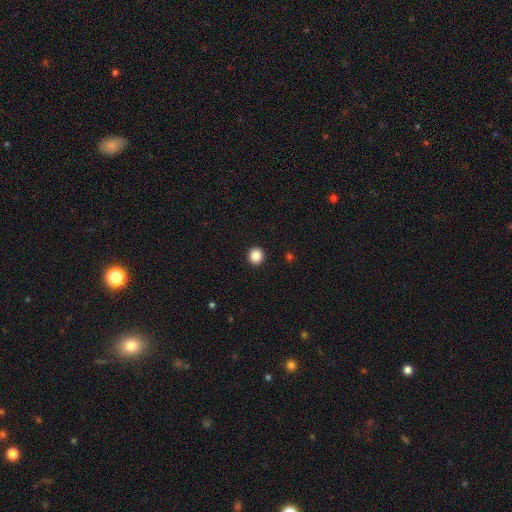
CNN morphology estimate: Smooth or featured: smooth — 87% (star or artifact — 10%)
How rounded: round — 94% (in between — 5%)
Merging: none — 93% (minor disturbance — 4%)